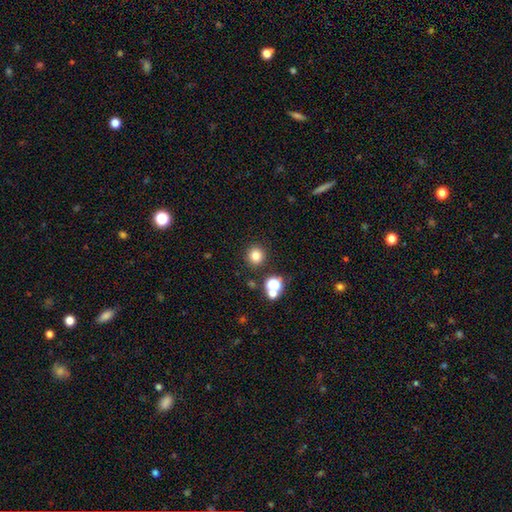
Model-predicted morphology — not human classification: The model was most divided on "smooth or featured": smooth: 79%, star or artifact: 15%, featured or disk: 5%. More confident: how rounded — round (92%); merging — none (87%).